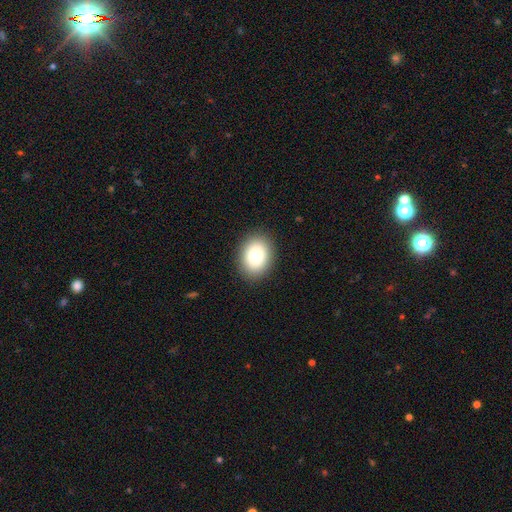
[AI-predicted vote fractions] A smooth galaxy with no disk features (77%) that is in between round and cigar-shaped (67%).

Vote fractions:
- Smooth or featured? smooth: 77% / featured or disk: 14% / star or artifact: 9%
- How rounded? in between: 67% / round: 33% / cigar-shaped: 1%
- Merging? none: 88% / minor disturbance: 8% / major disturbance: 3% / merger: 1%